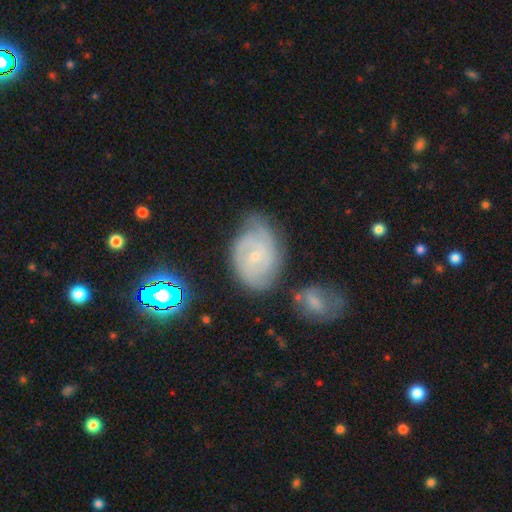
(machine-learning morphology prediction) smooth_or_featured: featured or disk (p=0.70) [alt: smooth p=0.21]
disk_edge_on: no (p=0.96) [alt: yes p=0.04]
bar: no (p=0.64) [alt: weak p=0.31]
has_spiral_arms: yes (p=0.89) [alt: no p=0.11]
spiral_winding: tight (p=0.61) [alt: medium p=0.30]
spiral_arm_count: can't tell (p=0.41) [alt: 2 p=0.30]
bulge_size: small (p=0.79) [alt: moderate p=0.17]
merging: none (p=0.55) [alt: minor disturbance p=0.28]